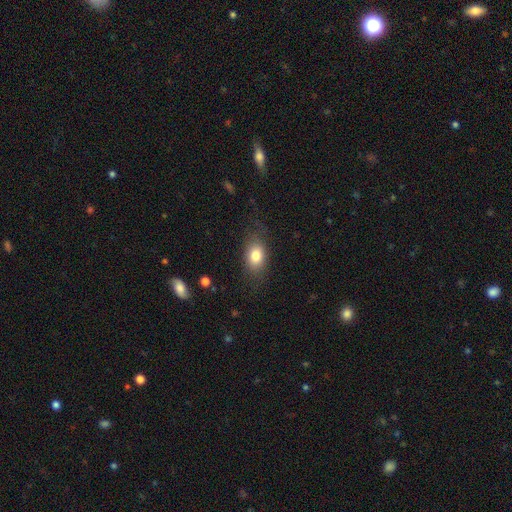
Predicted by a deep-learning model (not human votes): Smooth or featured? smooth (80%)
How rounded? in between (79%)
Merging? none (77%)